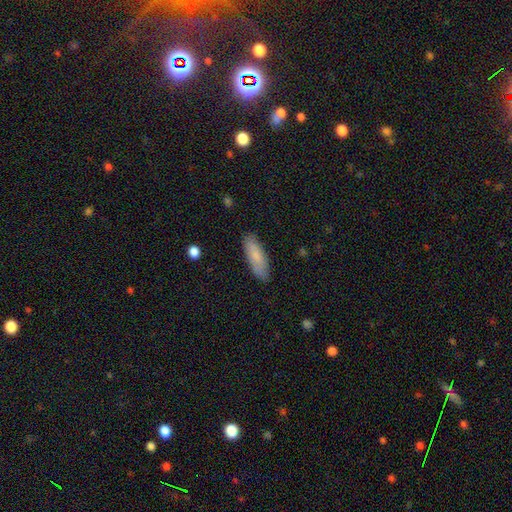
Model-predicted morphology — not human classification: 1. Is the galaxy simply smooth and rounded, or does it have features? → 80% smooth, 14% featured or disk, 6% star or artifact.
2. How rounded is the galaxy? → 58% in between, 41% cigar-shaped, 2% round.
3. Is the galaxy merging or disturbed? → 86% none, 11% minor disturbance, 2% major disturbance, 1% merger.